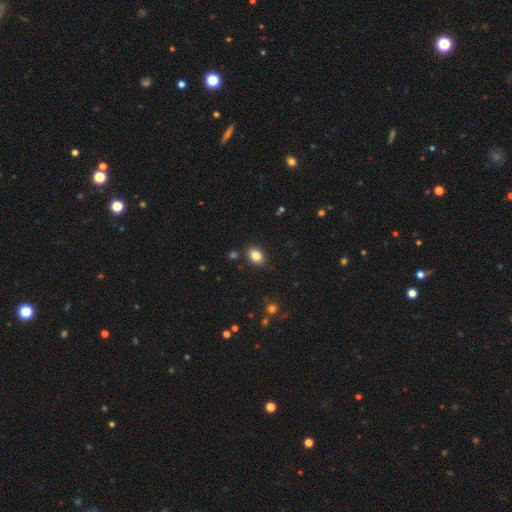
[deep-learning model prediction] This appears to be a smooth galaxy with no disk features (84%) that is in between round and cigar-shaped (74%). Merging: none (86%).